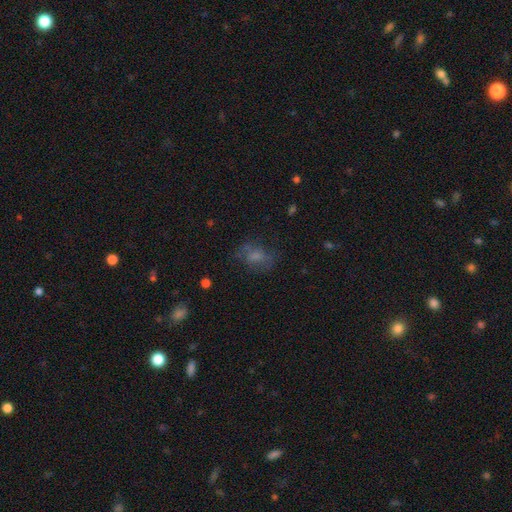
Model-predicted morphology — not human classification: Smooth or featured? smooth (55%)
How rounded? in between (70%)
Merging? none (55%)